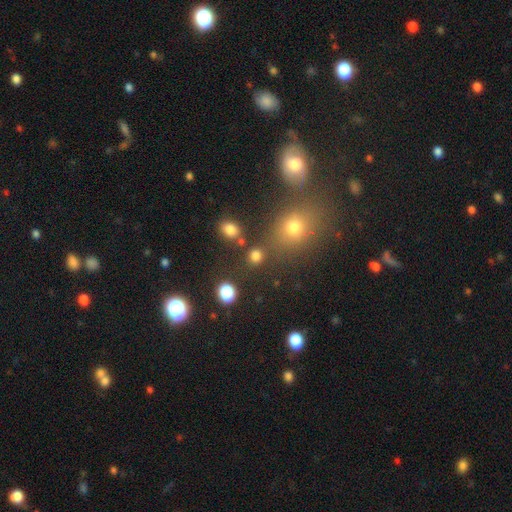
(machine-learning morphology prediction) Smooth or featured? Predicted: smooth (p=0.78). How rounded? Predicted: round (p=0.84). Merging? Predicted: none (p=0.76).